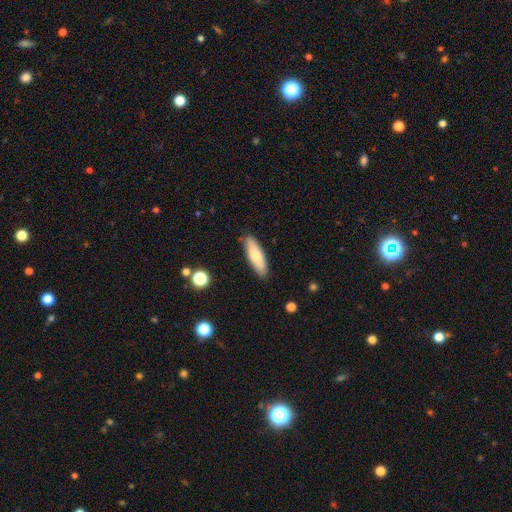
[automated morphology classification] smooth-or-featured: smooth: 75% | featured or disk: 19% | star or artifact: 6%
  how-rounded: cigar-shaped: 50% | in between: 49% | round: 2%
  merging: none: 87% | minor disturbance: 10% | major disturbance: 2% | merger: 1%